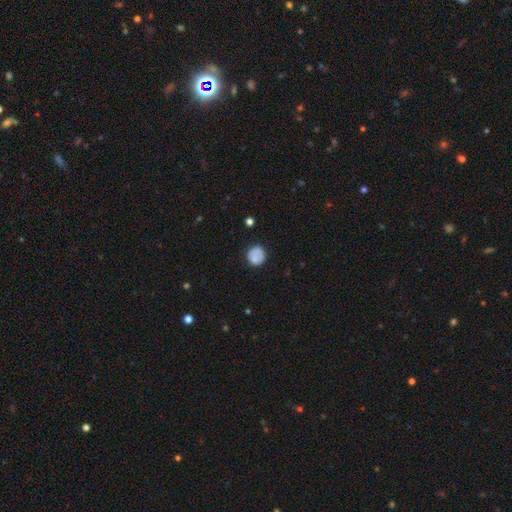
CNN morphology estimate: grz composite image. It shows a smooth galaxy with no disk features (79%) that is round (88%). Merging: none (74%).